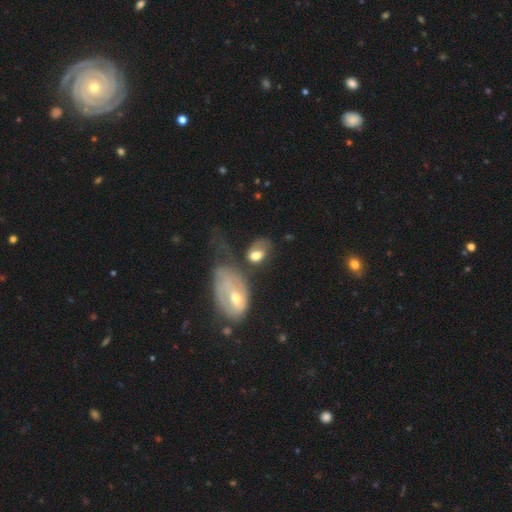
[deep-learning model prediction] The model was most divided on "merging": none: 31%, merger: 26%, major disturbance: 23%, minor disturbance: 21%. More confident: how rounded — in between (75%); smooth or featured — smooth (58%).